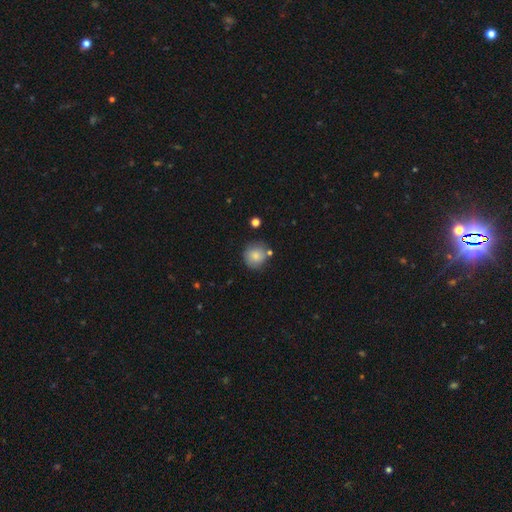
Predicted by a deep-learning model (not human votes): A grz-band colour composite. It shows a smooth galaxy with no disk features (83%) that is round (90%). Merging: none (77%).